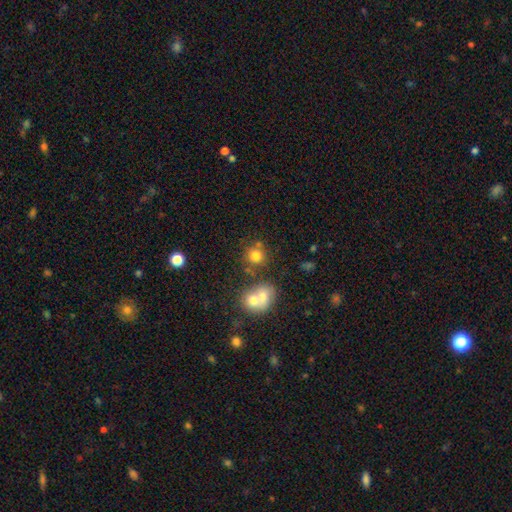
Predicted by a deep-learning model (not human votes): This appears to be a smooth galaxy with no disk features (77%) that is round (88%). Merging: none (62%).